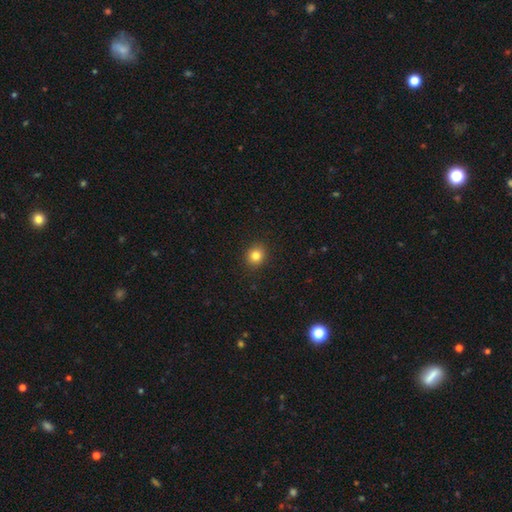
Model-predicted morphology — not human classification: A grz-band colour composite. It shows a smooth galaxy with no disk features (83%) that is round (82%). Merging: none (91%).